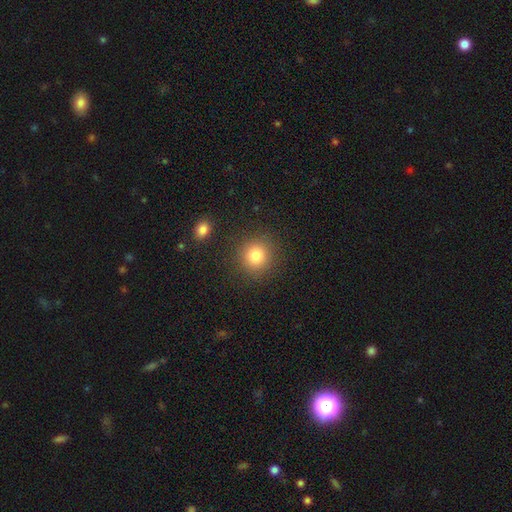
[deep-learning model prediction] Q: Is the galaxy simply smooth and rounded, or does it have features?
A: smooth — 81%.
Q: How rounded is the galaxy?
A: round — 91%.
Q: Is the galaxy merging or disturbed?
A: none — 88%.